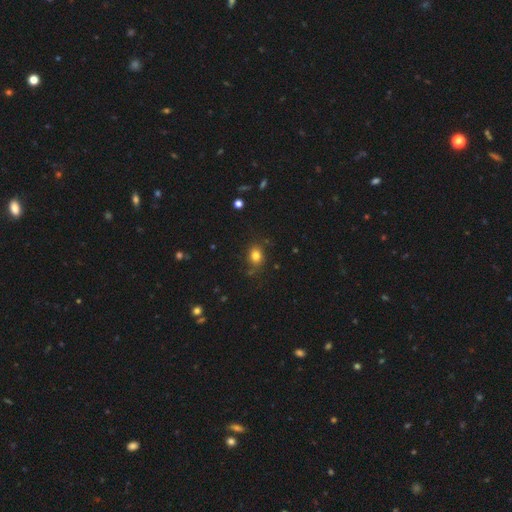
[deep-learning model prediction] Overall: smooth (80%). How rounded: round (51%; in between 48%). Merging: none (79%).